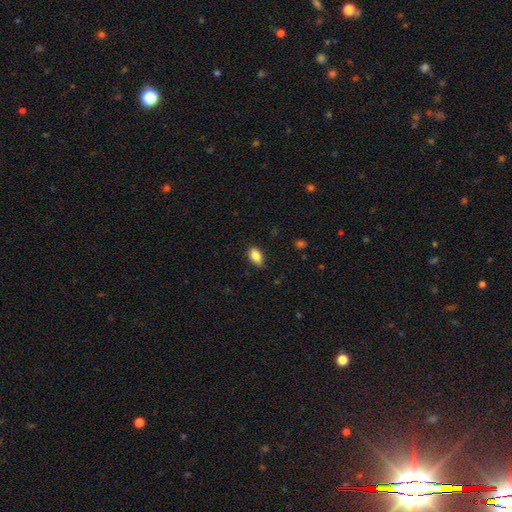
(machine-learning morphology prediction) The model was most divided on "merging": none: 80%, minor disturbance: 16%, major disturbance: 3%, merger: 1%. More confident: how rounded — in between (90%); smooth or featured — smooth (85%).